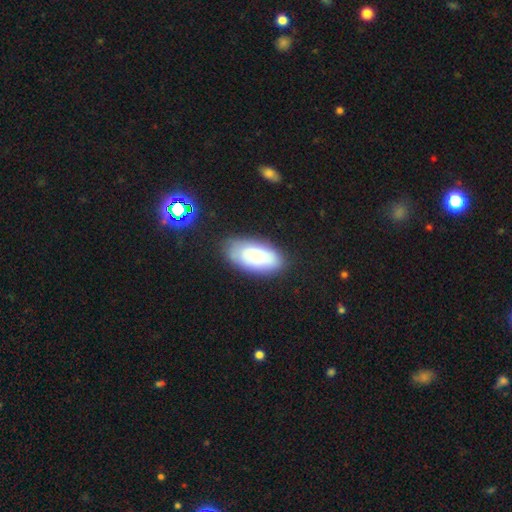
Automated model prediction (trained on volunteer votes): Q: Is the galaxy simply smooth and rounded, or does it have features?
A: smooth — 79%.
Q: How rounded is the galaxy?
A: in between — 92%.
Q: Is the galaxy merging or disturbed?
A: none — 74%.